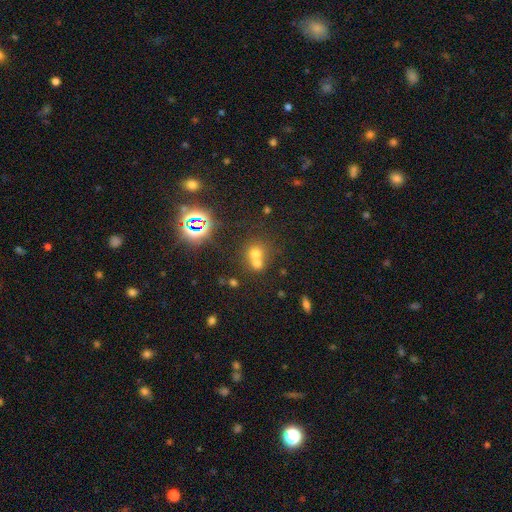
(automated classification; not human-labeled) smooth 61%, star or artifact 23%, featured or disk 16%. Down the decision tree: how rounded — round (78%); merging — merger (58%).